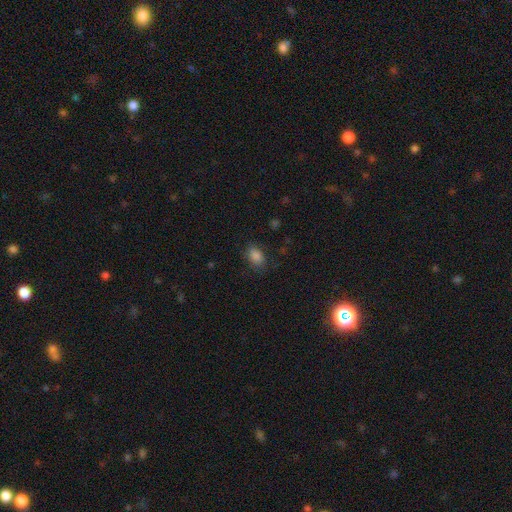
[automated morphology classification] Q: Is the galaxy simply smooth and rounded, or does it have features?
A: smooth — 85%.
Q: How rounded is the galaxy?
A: in between — 84%.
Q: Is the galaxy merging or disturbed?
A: none — 79%.